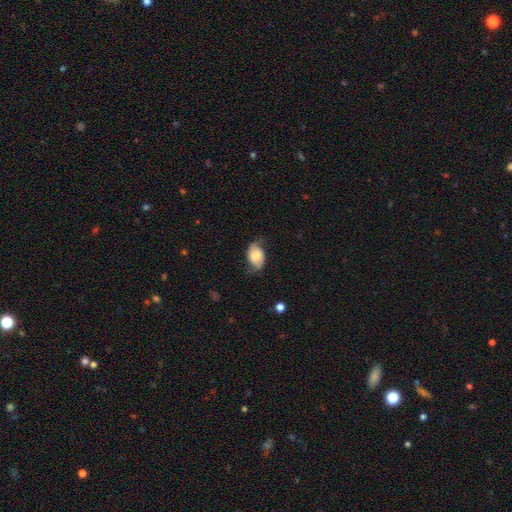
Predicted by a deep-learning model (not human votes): Morphology: type=smooth (50%); merging=none (58%).